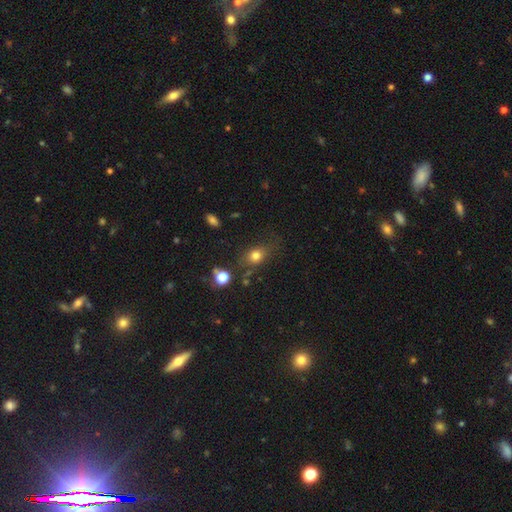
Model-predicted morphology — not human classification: A smooth galaxy with no disk features (76%) that is in between round and cigar-shaped (57%).

Vote fractions:
- Smooth or featured? smooth: 76% / star or artifact: 13% / featured or disk: 10%
- How rounded? in between: 57% / round: 41% / cigar-shaped: 2%
- Merging? none: 65% / minor disturbance: 20% / major disturbance: 9% / merger: 5%